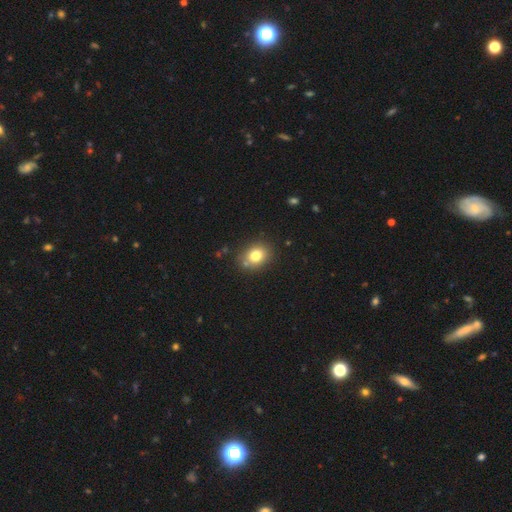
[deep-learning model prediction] smooth 79%, star or artifact 11%, featured or disk 10%. Down the decision tree: how rounded — round (53%); merging — none (78%).